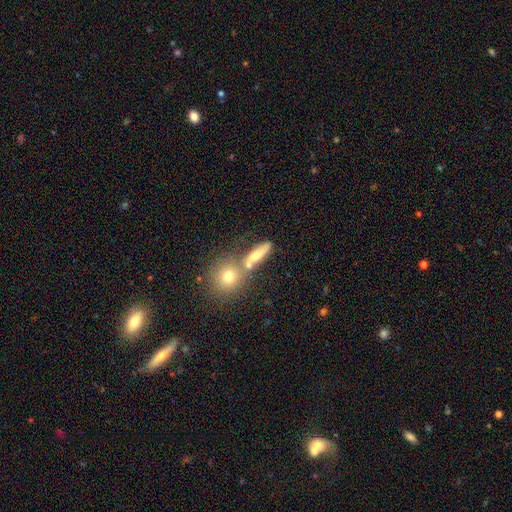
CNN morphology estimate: Smooth or featured: smooth — 65% (featured or disk — 23%)
How rounded: cigar-shaped — 43% (in between — 38%)
Merging: none — 50% (merger — 29%)